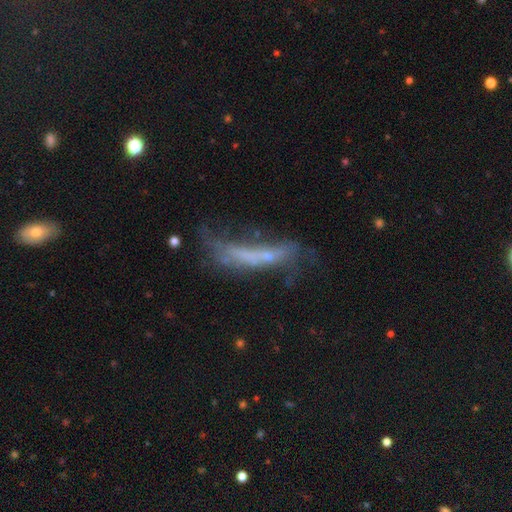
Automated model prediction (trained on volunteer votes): featured or disk 50%, smooth 36%, star or artifact 14%. Down the decision tree: edge-on disk — no (59%); merging — major disturbance (38%).